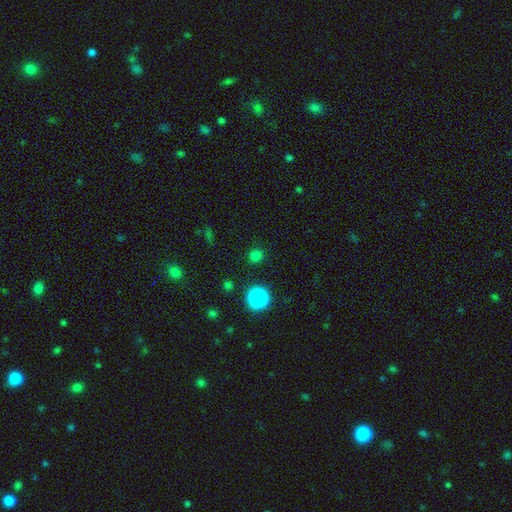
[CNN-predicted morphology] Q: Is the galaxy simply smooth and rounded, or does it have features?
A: smooth — 74%.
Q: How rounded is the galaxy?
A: round — 91%.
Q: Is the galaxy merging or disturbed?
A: none — 88%.